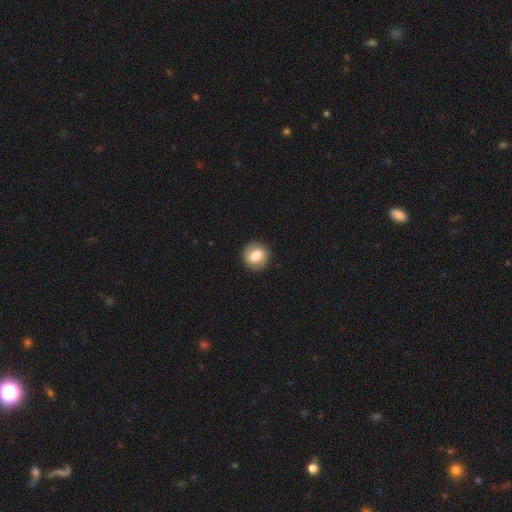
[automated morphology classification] The model was most divided on "smooth or featured": smooth: 74%, featured or disk: 18%, star or artifact: 8%. More confident: merging — none (89%); how rounded — round (83%).